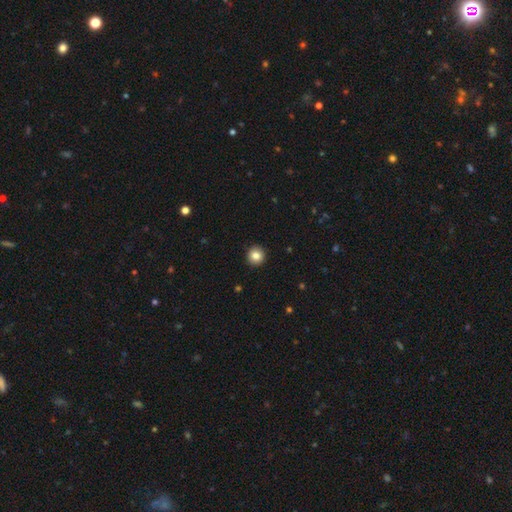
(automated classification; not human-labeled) The model was most divided on "smooth or featured": smooth: 85%, star or artifact: 10%, featured or disk: 5%. More confident: how rounded — round (94%); merging — none (92%).